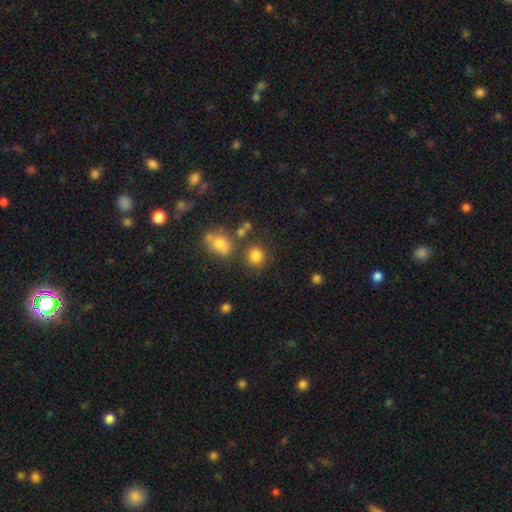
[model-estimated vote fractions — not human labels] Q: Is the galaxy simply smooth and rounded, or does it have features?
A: smooth — 82%.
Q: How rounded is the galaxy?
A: round — 82%.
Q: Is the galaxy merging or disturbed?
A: none — 75%.